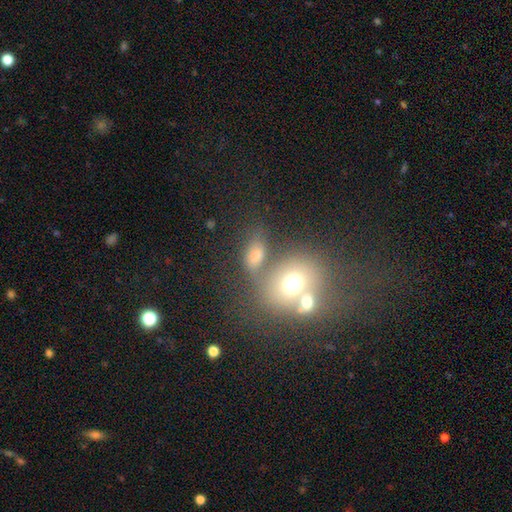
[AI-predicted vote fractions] Smooth or featured?
  - smooth: 68% *
  - star or artifact: 18%
  - featured or disk: 15%
How rounded?
  - in between: 69% *
  - round: 28%
  - cigar-shaped: 3%
Merging?
  - none: 42% *
  - merger: 36%
  - minor disturbance: 13%
  - major disturbance: 9%